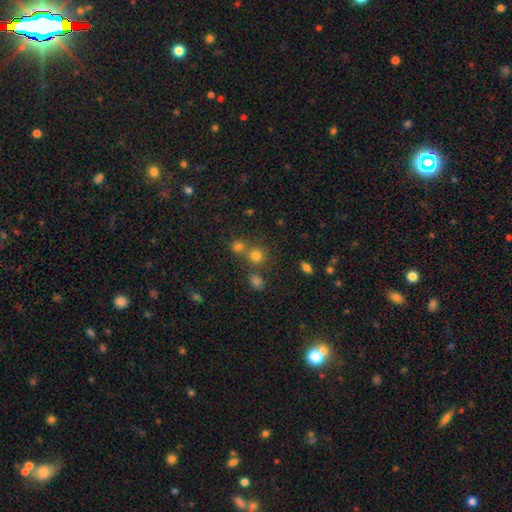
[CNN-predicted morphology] Overall: smooth (73%). How rounded: round (86%). Merging: none (61%; merger 28%).